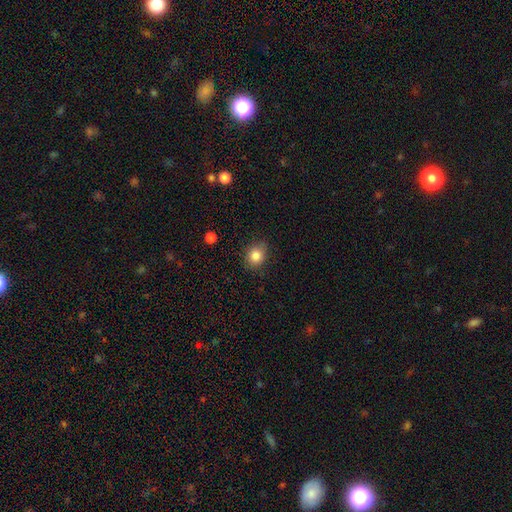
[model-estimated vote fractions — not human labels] A smooth galaxy with no disk features (84%) that is round (67%). Merging: none (83%).